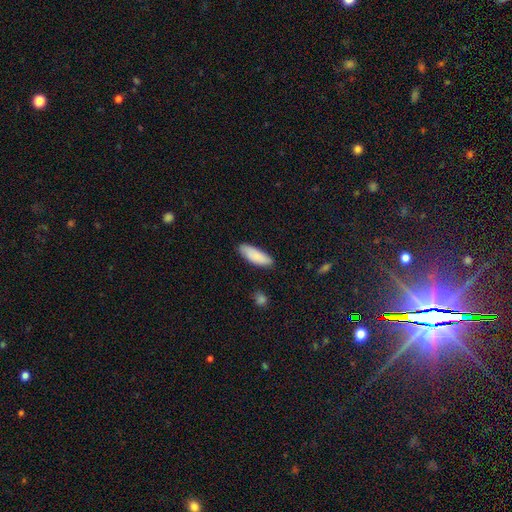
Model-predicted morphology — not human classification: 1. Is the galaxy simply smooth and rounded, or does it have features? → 87% smooth, 8% featured or disk, 6% star or artifact.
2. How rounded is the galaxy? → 66% in between, 32% cigar-shaped, 2% round.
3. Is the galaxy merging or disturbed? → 82% none, 14% minor disturbance, 2% major disturbance, 1% merger.